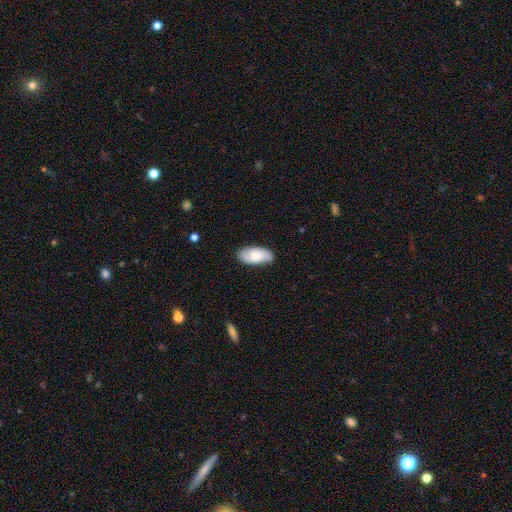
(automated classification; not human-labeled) The model was most divided on "smooth or featured": smooth: 56%, featured or disk: 37%, star or artifact: 7%. More confident: how rounded — in between (93%); merging — none (79%).